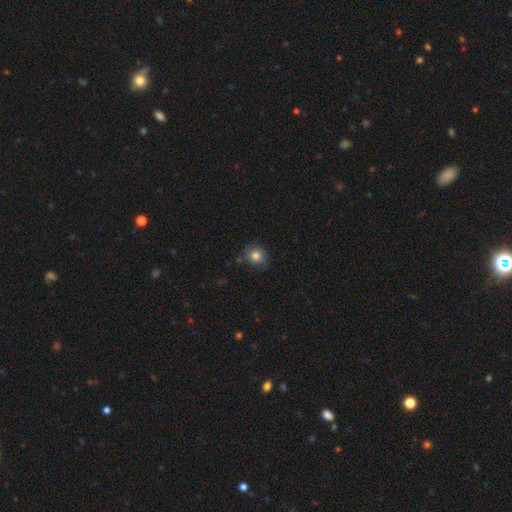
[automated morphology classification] A smooth galaxy with no disk features (81%) that is round (82%).

Vote fractions:
- Smooth or featured? smooth: 81% / star or artifact: 11% / featured or disk: 8%
- How rounded? round: 82% / in between: 17% / cigar-shaped: 1%
- Merging? none: 81% / minor disturbance: 14% / major disturbance: 3% / merger: 2%